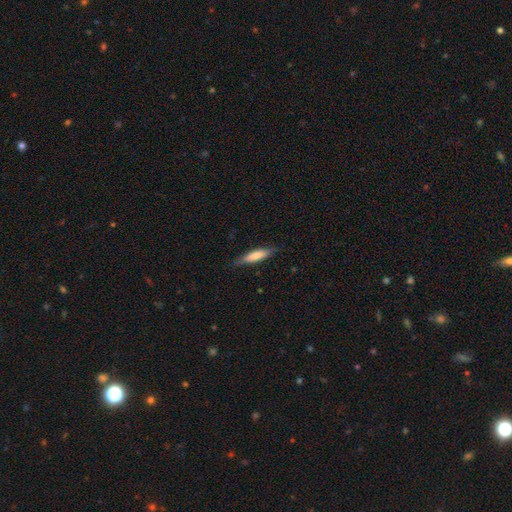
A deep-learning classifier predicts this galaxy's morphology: Smooth or featured: smooth — 68% (featured or disk — 26%)
How rounded: cigar-shaped — 78% (in between — 21%)
Merging: none — 82% (minor disturbance — 14%)